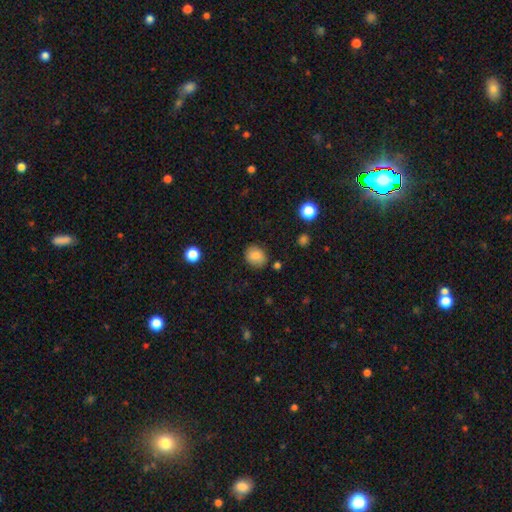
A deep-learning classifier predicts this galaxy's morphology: Q: Smooth or featured?
A: smooth (83%); runner-up: star or artifact (10%)
Q: How rounded?
A: round (60%); runner-up: in between (39%)
Q: Merging?
A: none (81%); runner-up: minor disturbance (13%)